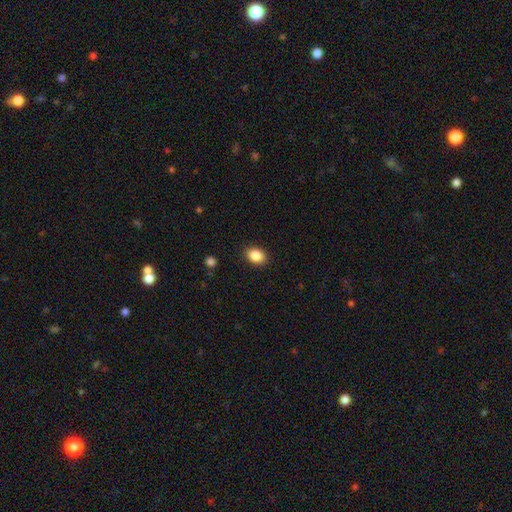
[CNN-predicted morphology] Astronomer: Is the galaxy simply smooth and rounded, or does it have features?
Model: smooth — 87%.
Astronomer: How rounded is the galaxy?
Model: in between — 69%.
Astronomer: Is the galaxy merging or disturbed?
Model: none — 89%.